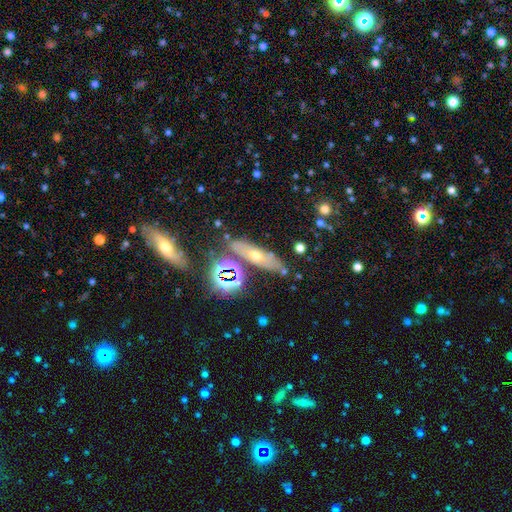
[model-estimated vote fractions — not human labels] smooth_or_featured: featured or disk (p=0.40) [alt: smooth p=0.37]
merging: none (p=0.74) [alt: minor disturbance p=0.13]